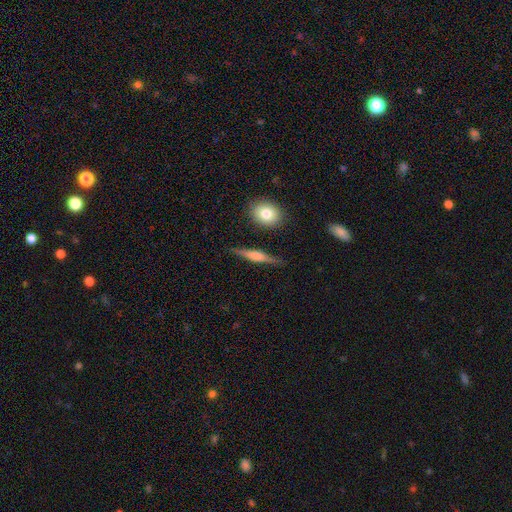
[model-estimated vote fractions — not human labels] smooth_or_featured: featured or disk (p=0.60) [alt: smooth p=0.34]
disk_edge_on: yes (p=0.96) [alt: no p=0.04]
edge_on_bulge: rounded (p=0.66) [alt: boxy p=0.23]
merging: none (p=0.84) [alt: minor disturbance p=0.11]